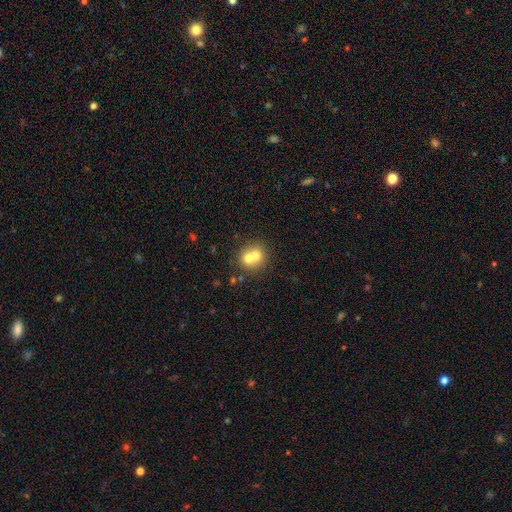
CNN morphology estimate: This is likely a smooth galaxy (65%). How rounded: clearly round (83%). Merging: likely merger (61%).